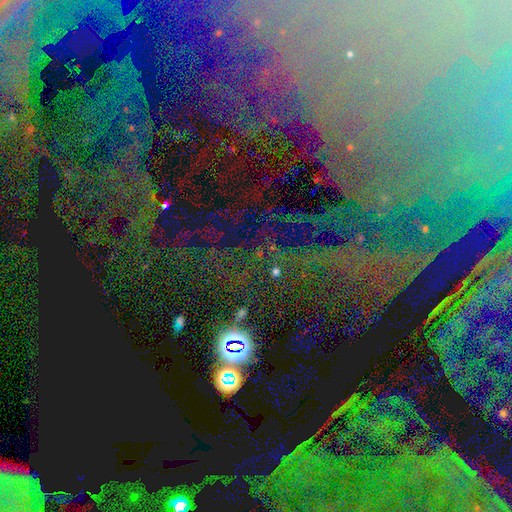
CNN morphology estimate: Smooth or featured: star or artifact — 79% (featured or disk — 12%)